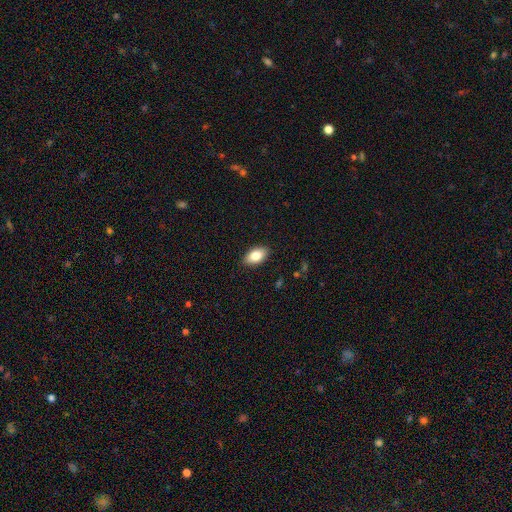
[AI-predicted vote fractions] smooth_or_featured: smooth (p=0.81) [alt: featured or disk p=0.11]
how_rounded: in between (p=0.92) [alt: round p=0.06]
merging: none (p=0.88) [alt: minor disturbance p=0.09]